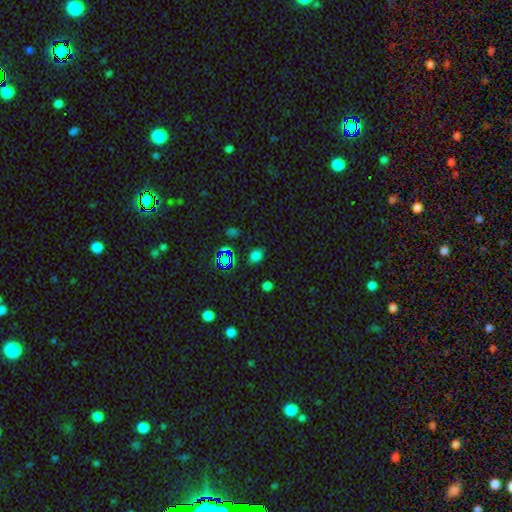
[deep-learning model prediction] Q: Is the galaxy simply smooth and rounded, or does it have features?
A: smooth — 67%.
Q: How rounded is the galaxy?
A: in between — 58%.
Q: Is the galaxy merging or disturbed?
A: none — 83%.